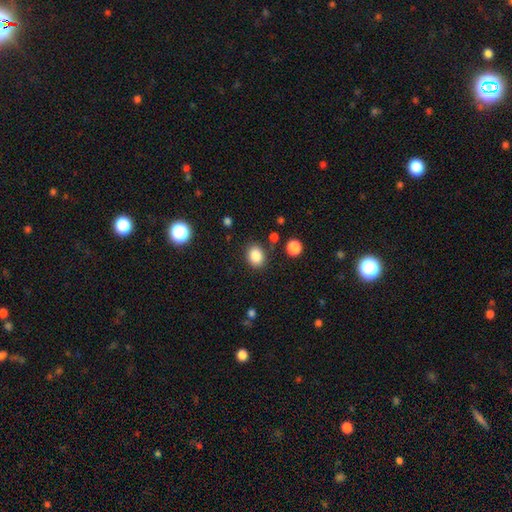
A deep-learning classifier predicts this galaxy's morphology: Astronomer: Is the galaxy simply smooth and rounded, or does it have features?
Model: smooth — 86%.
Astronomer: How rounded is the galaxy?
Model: in between — 52% (runner-up: round, 47%).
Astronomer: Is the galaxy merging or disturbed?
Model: none — 81%.